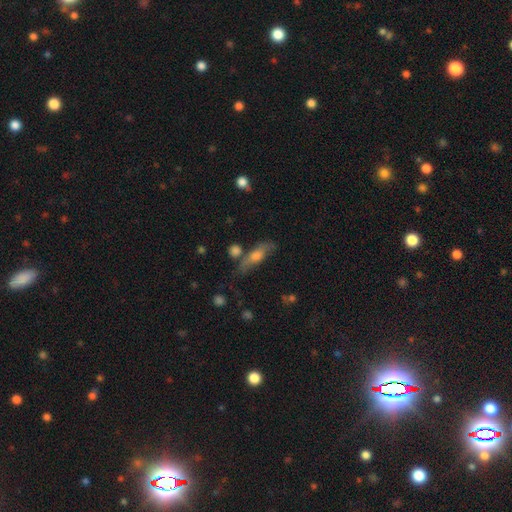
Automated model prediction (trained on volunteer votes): The model was most divided on "how rounded" (2-way tie): in between: 47%, cigar-shaped: 47%, round: 7%. More confident: merging — none (53%); smooth or featured — smooth (52%).